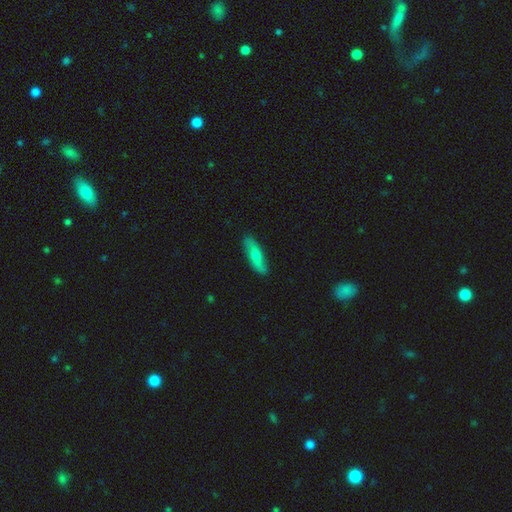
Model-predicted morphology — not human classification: This is possibly a smooth galaxy (58%). How rounded: possibly cigar-shaped (54%). Merging: clearly none (83%).